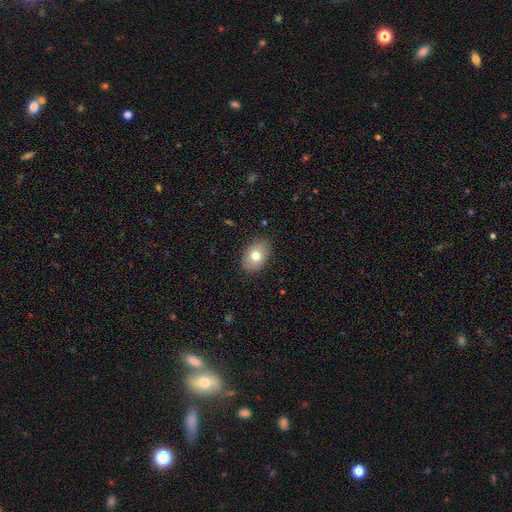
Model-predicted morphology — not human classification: Overall: smooth (74%). How rounded: in between (81%). Merging: none (86%).